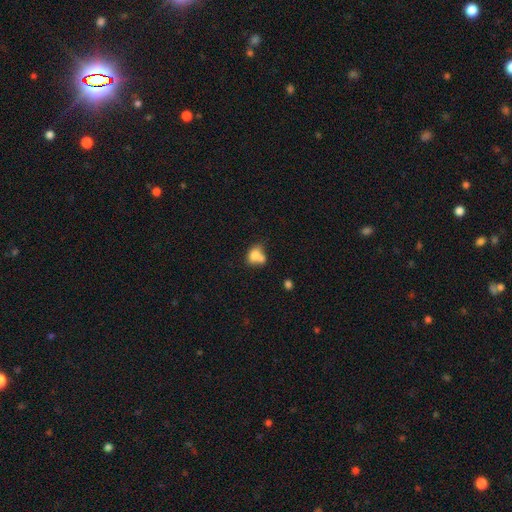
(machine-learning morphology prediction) This appears to be a smooth galaxy with no disk features (74%) that is in between round and cigar-shaped (58%). Merging: merger (52%).